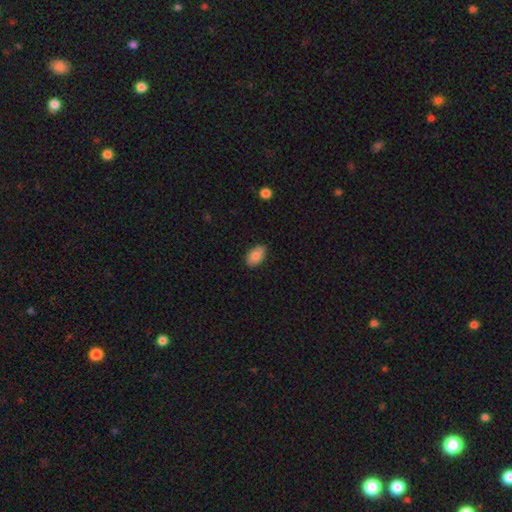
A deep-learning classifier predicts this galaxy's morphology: The model was most divided on "merging": none: 80%, minor disturbance: 16%, major disturbance: 2%, merger: 1%. More confident: how rounded — in between (91%); smooth or featured — smooth (83%).